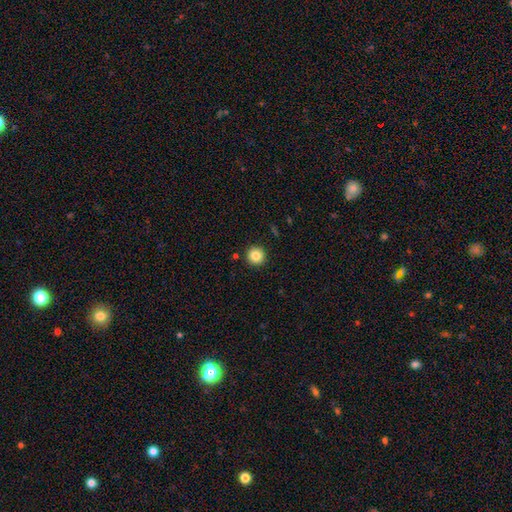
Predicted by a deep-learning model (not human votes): smooth_or_featured: smooth (p=0.85) [alt: star or artifact p=0.10]
how_rounded: round (p=0.95) [alt: in between p=0.04]
merging: none (p=0.91) [alt: minor disturbance p=0.05]